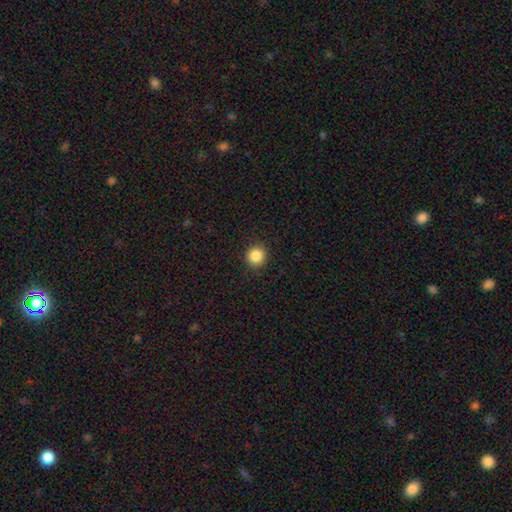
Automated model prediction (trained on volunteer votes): Overall: smooth (86%). How rounded: round (93%). Merging: none (92%).